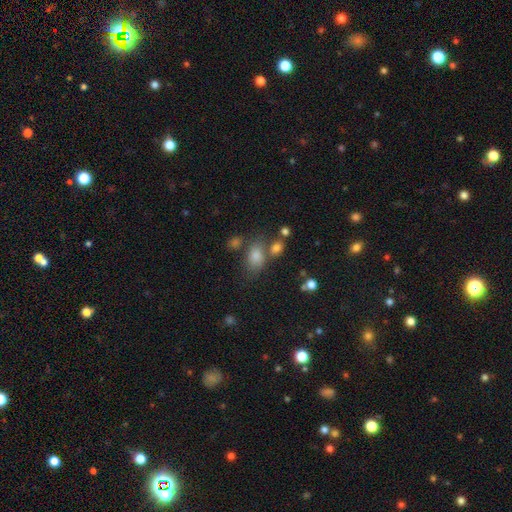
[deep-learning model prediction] smooth 75%, star or artifact 16%, featured or disk 9%. Down the decision tree: how rounded — in between (80%); merging — none (56%).